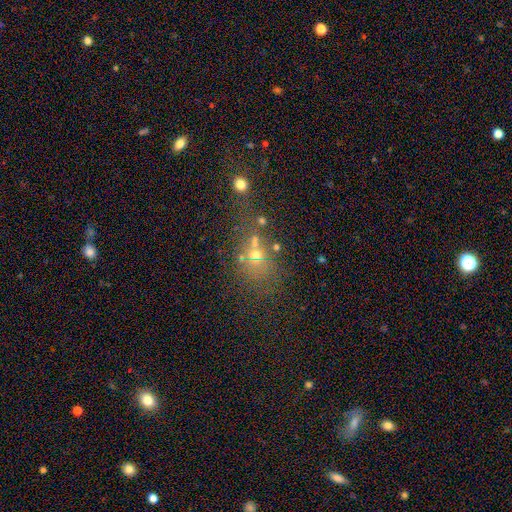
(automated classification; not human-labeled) A smooth galaxy with no disk features (49%).

Vote fractions:
- Smooth or featured? smooth: 49% / star or artifact: 29% / featured or disk: 22%
- Merging? none: 45% / merger: 30% / minor disturbance: 13% / major disturbance: 12%